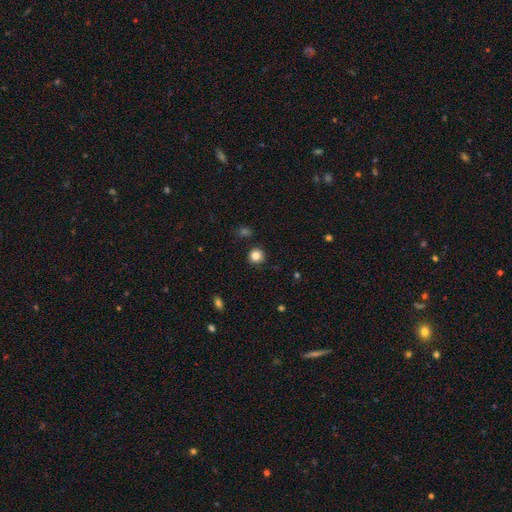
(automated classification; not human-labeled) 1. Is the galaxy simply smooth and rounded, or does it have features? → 84% smooth, 11% star or artifact, 5% featured or disk.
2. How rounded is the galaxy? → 93% round, 6% in between, 1% cigar-shaped.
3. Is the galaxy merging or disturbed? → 89% none, 7% minor disturbance, 2% merger, 2% major disturbance.